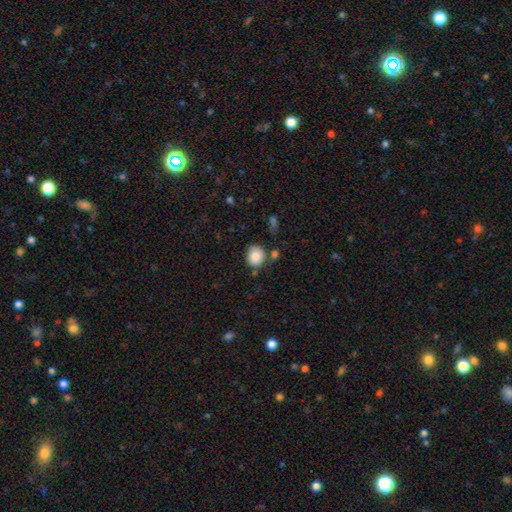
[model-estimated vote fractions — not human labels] A smooth galaxy with no disk features (86%) that is round (74%).

Vote fractions:
- Smooth or featured? smooth: 86% / star or artifact: 9% / featured or disk: 5%
- How rounded? round: 74% / in between: 25% / cigar-shaped: 1%
- Merging? none: 71% / minor disturbance: 16% / merger: 8% / major disturbance: 5%